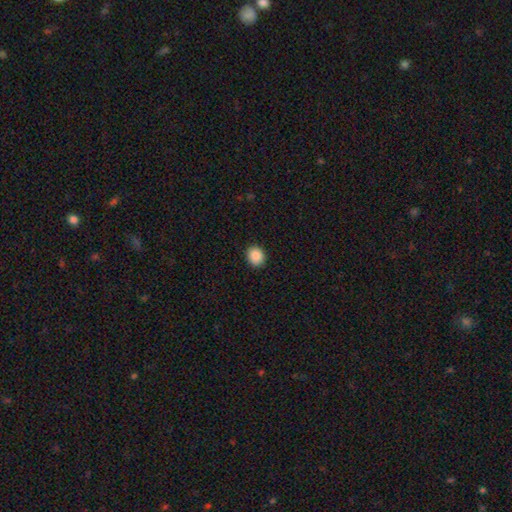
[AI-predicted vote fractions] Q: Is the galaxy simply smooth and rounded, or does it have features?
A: smooth — 88%.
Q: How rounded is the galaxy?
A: round — 71%.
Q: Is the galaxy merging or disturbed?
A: none — 91%.